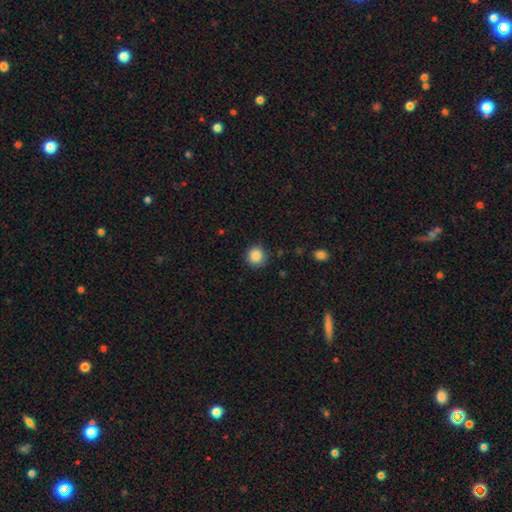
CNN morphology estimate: type=smooth (87%); roundness=round (92%); merging=none (87%).